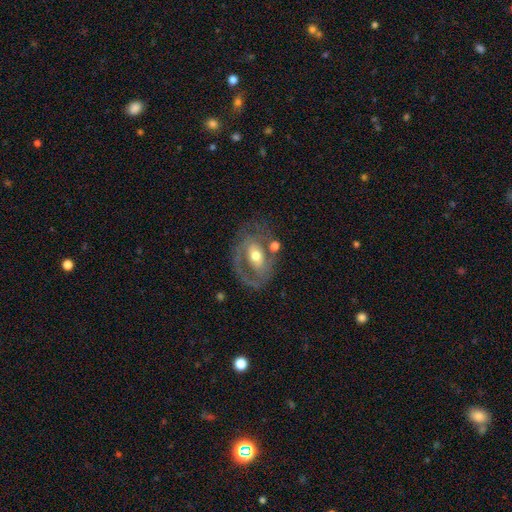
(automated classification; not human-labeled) A featured or disk galaxy (71%) with no bar (43%), spiral arms (64%) and a moderate central bulge (68%). Merging: none (54%).